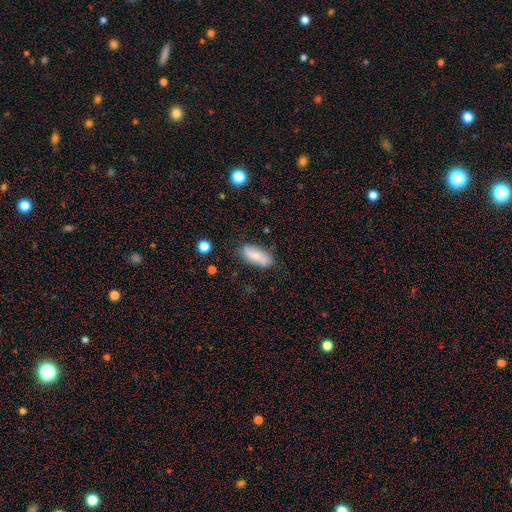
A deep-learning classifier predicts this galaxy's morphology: This appears to be a smooth galaxy with no disk features (74%) that is in between round and cigar-shaped (80%). Merging: none (76%).